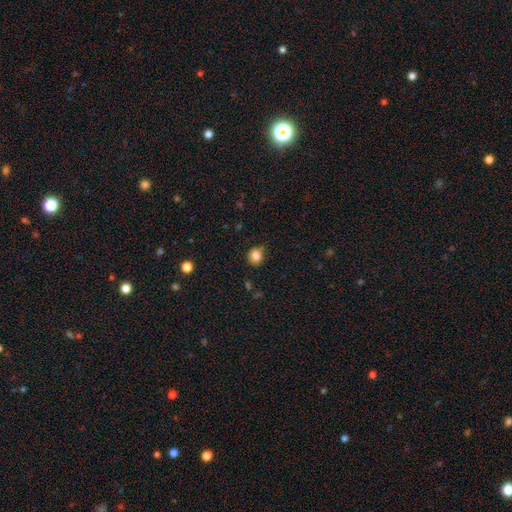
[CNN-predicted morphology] A smooth galaxy with no disk features (84%) that is round (80%).

Vote fractions:
- Smooth or featured? smooth: 84% / star or artifact: 11% / featured or disk: 4%
- How rounded? round: 80% / in between: 19% / cigar-shaped: 1%
- Merging? none: 73% / minor disturbance: 20% / major disturbance: 4% / merger: 3%